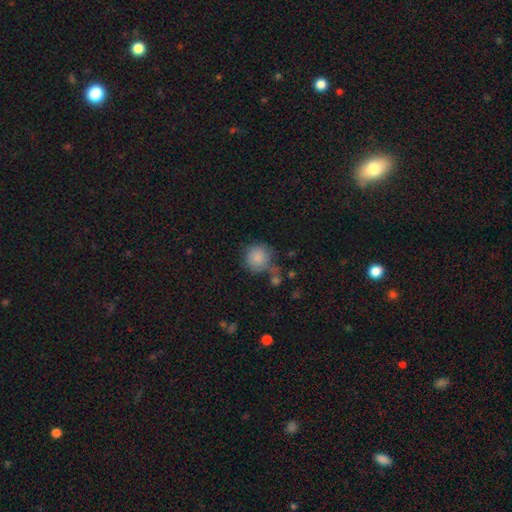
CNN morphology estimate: Overall: smooth (85%). How rounded: round (91%). Merging: none (61%).